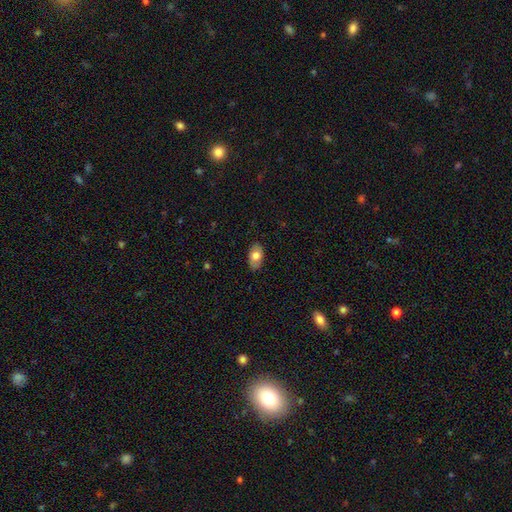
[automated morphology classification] type=smooth (73%); roundness=in between (93%); merging=none (85%).